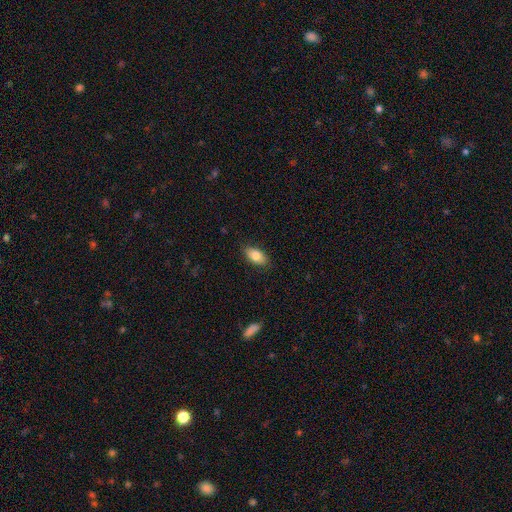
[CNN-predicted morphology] smooth_or_featured: smooth (p=0.81) [alt: featured or disk p=0.12]
how_rounded: in between (p=0.91) [alt: round p=0.04]
merging: none (p=0.87) [alt: minor disturbance p=0.10]